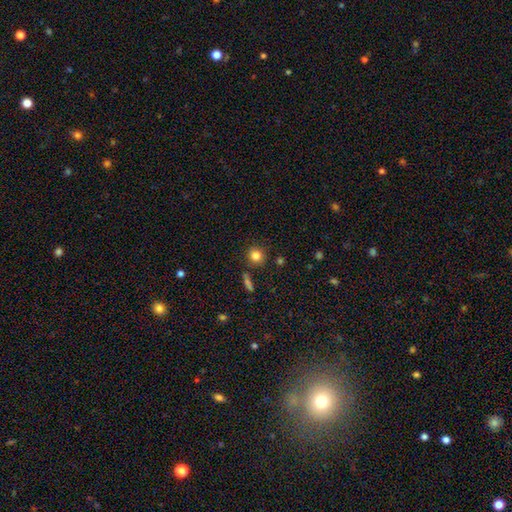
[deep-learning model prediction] smooth_or_featured: smooth (p=0.84) [alt: star or artifact p=0.11]
how_rounded: round (p=0.88) [alt: in between p=0.11]
merging: none (p=0.82) [alt: minor disturbance p=0.09]